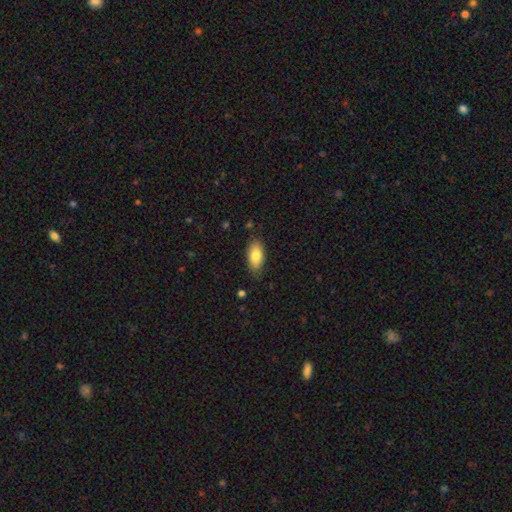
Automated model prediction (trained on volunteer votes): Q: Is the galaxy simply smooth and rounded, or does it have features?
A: smooth — 82%.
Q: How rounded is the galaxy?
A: in between — 91%.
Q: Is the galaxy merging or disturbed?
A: none — 80%.